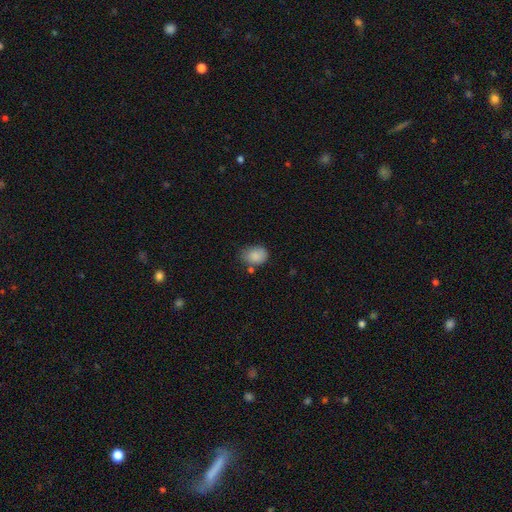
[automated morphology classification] type=smooth (86%); roundness=in between (52%); merging=none (62%).